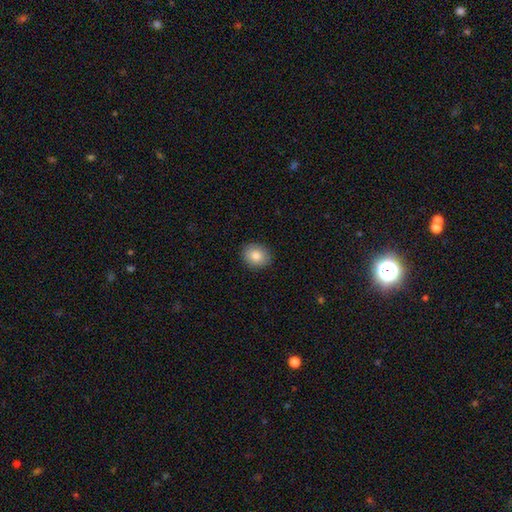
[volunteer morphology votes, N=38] Overall: smooth (89%). How rounded: round (65%; in between 32%). Merging: none (97%).